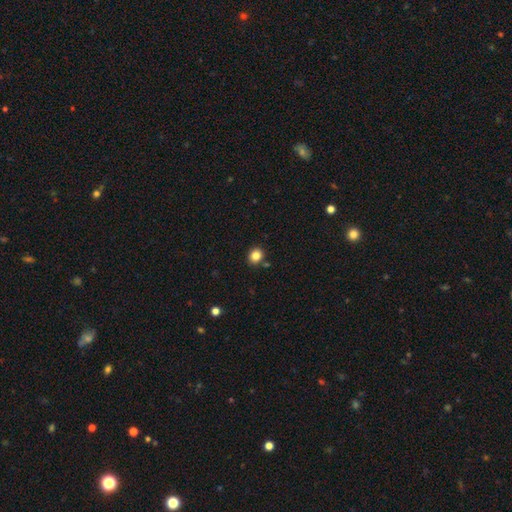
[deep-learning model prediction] smooth-or-featured: smooth: 83% | star or artifact: 11% | featured or disk: 5%
  how-rounded: round: 74% | in between: 25% | cigar-shaped: 1%
  merging: none: 85% | minor disturbance: 8% | merger: 5% | major disturbance: 2%